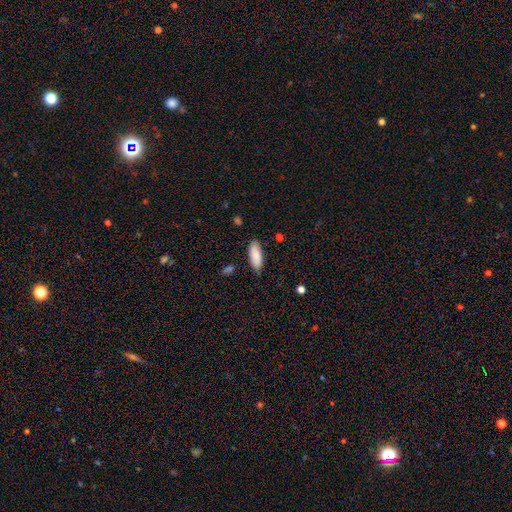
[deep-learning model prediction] A smooth galaxy with no disk features (87%) that is in between round and cigar-shaped (78%). Merging: none (84%).